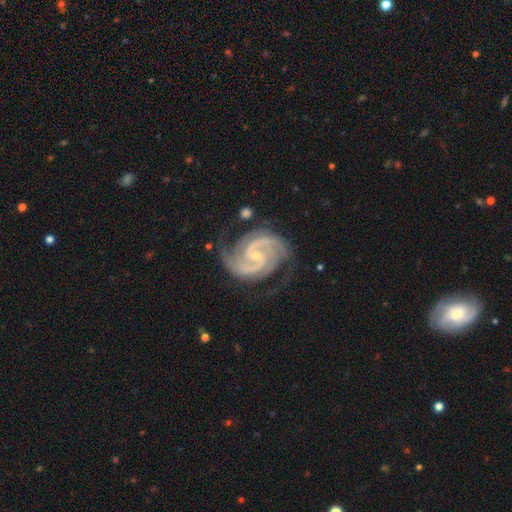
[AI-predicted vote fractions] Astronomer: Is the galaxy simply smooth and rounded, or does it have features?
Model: featured or disk — 94%.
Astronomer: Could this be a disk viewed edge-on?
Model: no — 98%.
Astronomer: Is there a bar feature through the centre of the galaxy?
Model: weak — 44% (runner-up: no, 38%).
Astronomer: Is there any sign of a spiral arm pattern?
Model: yes — 99%.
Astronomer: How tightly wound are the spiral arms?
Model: medium — 49% (runner-up: tight, 44%).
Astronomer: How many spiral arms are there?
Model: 2 — 74%.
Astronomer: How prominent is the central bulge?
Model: small — 65%.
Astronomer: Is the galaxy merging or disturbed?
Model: none — 70%.